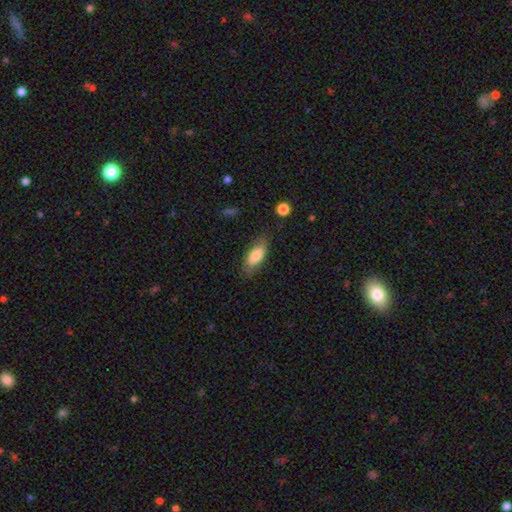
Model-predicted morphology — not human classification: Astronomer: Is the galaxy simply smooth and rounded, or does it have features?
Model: smooth — 76%.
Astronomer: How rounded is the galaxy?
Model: in between — 79%.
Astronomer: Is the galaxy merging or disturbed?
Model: none — 76%.